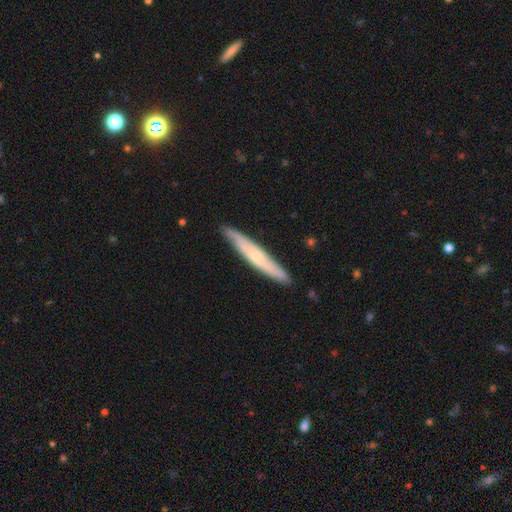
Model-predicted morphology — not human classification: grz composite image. It shows a featured or disk galaxy (50%) viewed edge-on (81%). Merging: none (86%).